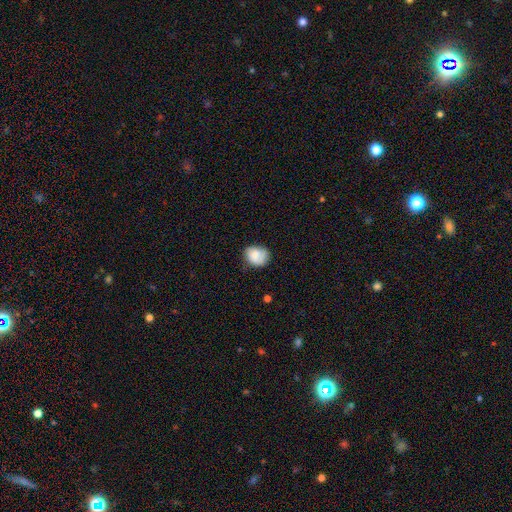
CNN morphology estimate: This appears to be a smooth galaxy with no disk features (77%) that is round (57%). Merging: none (62%).